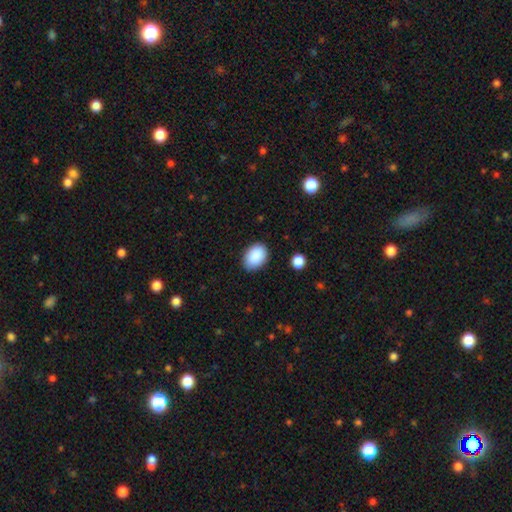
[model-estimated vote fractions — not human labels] Overall: smooth (90%). How rounded: in between (79%). Merging: none (84%).